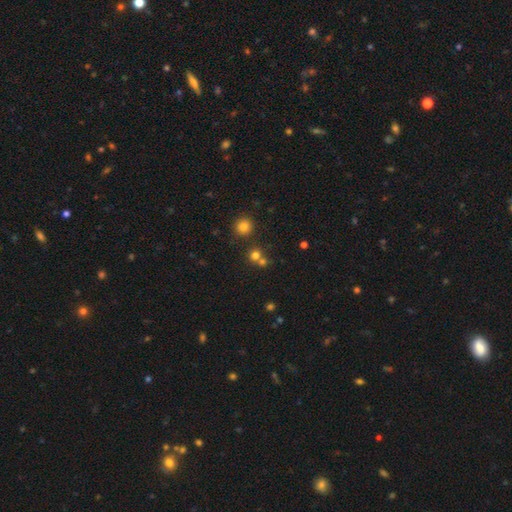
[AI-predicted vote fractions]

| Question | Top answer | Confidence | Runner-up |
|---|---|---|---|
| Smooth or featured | smooth | 72% | star or artifact (19%) |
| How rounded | round | 87% | in between (12%) |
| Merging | none | 57% | merger (34%) |